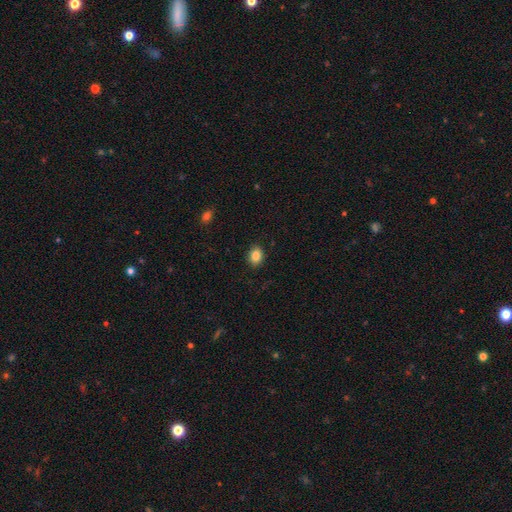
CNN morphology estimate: Q: Smooth or featured?
A: smooth (86%); runner-up: star or artifact (9%)
Q: How rounded?
A: in between (64%); runner-up: round (35%)
Q: Merging?
A: none (89%); runner-up: minor disturbance (8%)